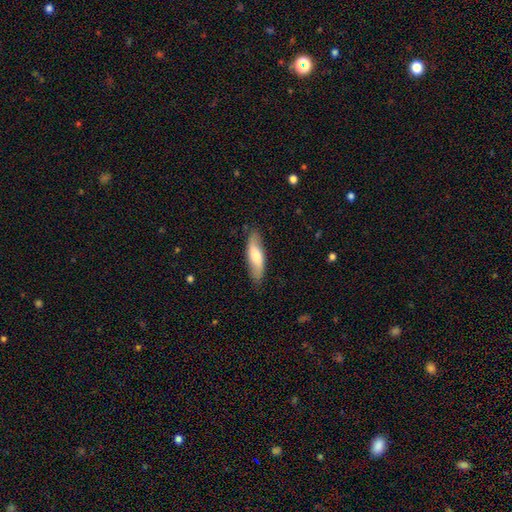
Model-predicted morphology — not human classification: Smooth or featured? smooth (59%)
How rounded? cigar-shaped (54%)
Merging? none (83%)